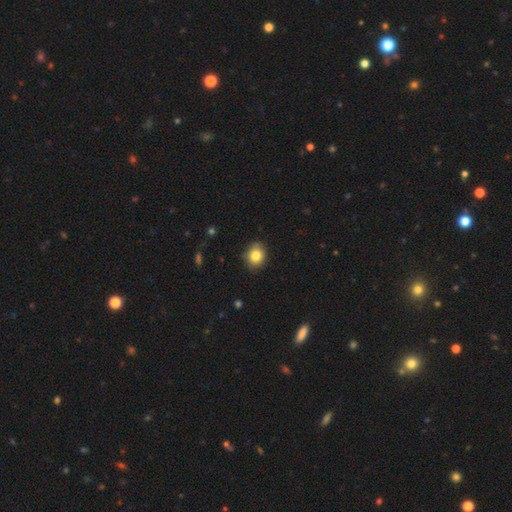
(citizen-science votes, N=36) Overall: smooth (92%). How rounded: in between (55%; round 45%). Merging: none (69%).